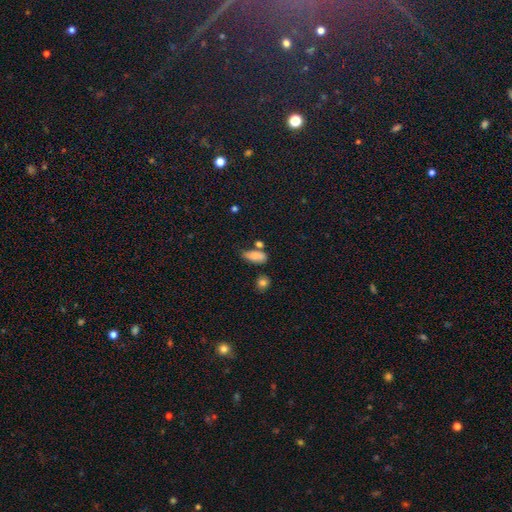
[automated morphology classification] Smooth or featured? smooth (83%)
How rounded? in between (81%)
Merging? none (52%)